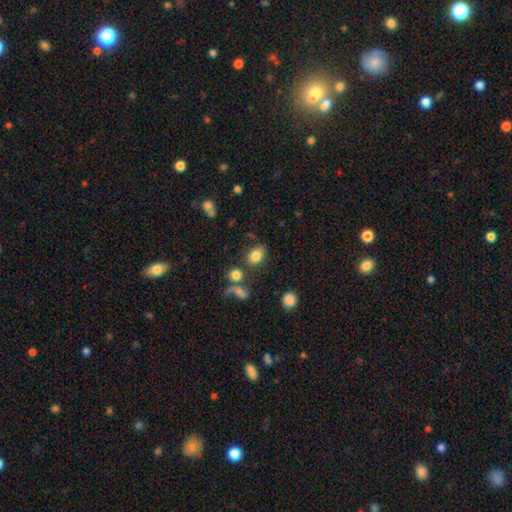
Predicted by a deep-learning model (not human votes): Q: Smooth or featured?
A: smooth (80%); runner-up: star or artifact (11%)
Q: How rounded?
A: in between (67%); runner-up: round (31%)
Q: Merging?
A: none (68%); runner-up: minor disturbance (13%)